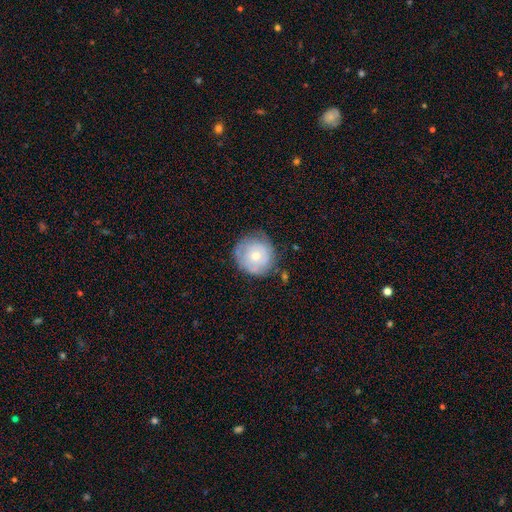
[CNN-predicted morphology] Q: Smooth or featured?
A: smooth (56%); runner-up: featured or disk (37%)
Q: How rounded?
A: round (93%); runner-up: in between (6%)
Q: Merging?
A: none (67%); runner-up: minor disturbance (23%)